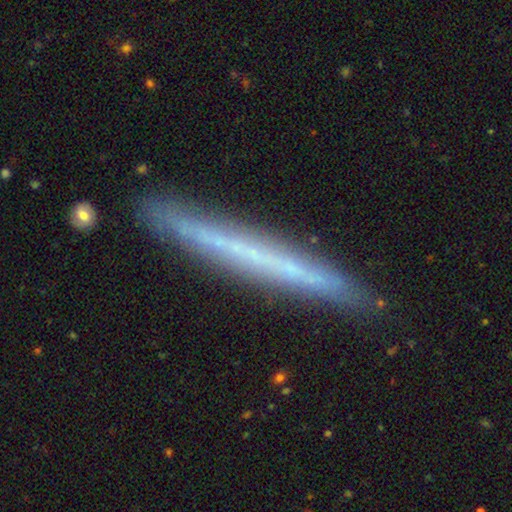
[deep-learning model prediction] Smooth or featured?
  - featured or disk: 54% *
  - smooth: 39%
  - star or artifact: 7%
Edge-on disk?
  - yes: 95% *
  - no: 5%
Edge-on bulge?
  - none: 93% *
  - rounded: 5%
  - boxy: 3%
Merging?
  - none: 89% *
  - minor disturbance: 8%
  - major disturbance: 1%
  - merger: 1%